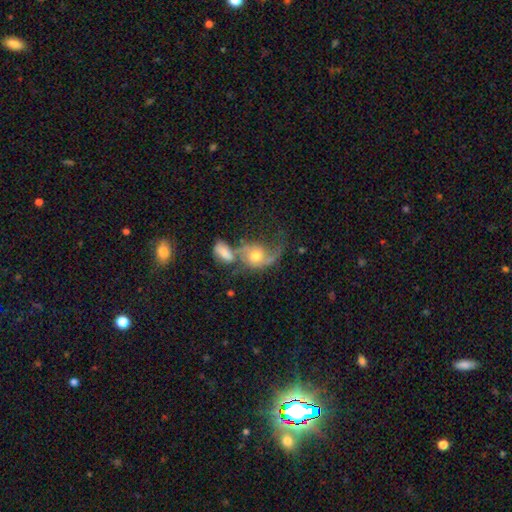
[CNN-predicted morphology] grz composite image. It shows a featured or disk galaxy (68%) with no bar (70%), 2 (56%) loose (65%) spiral arms (87%) and a moderate central bulge (67%). Merging: merger (42%).